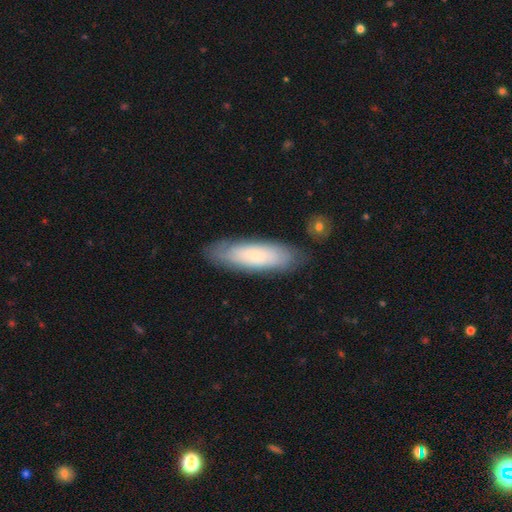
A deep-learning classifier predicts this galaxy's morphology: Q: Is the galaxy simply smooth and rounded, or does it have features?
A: smooth — 61%.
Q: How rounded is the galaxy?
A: cigar-shaped — 54%.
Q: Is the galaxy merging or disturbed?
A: none — 80%.